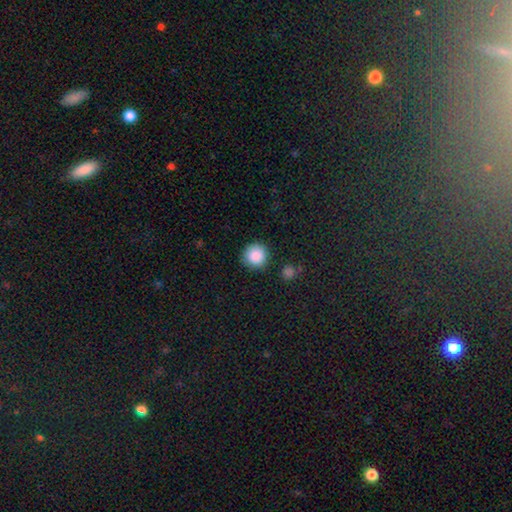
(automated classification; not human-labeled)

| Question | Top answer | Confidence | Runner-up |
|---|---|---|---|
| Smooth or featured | smooth | 88% | star or artifact (9%) |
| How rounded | round | 95% | in between (4%) |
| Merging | none | 88% | minor disturbance (7%) |